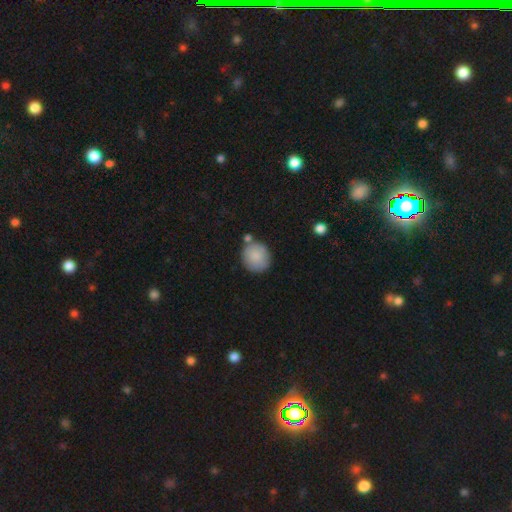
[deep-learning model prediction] Smooth or featured? smooth (87%)
How rounded? round (86%)
Merging? none (70%)